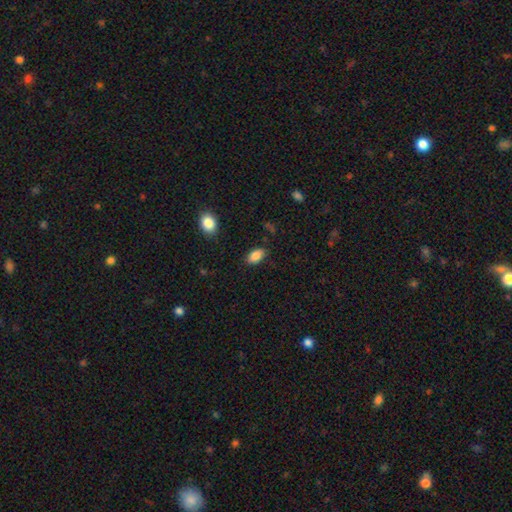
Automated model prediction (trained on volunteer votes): Smooth or featured? smooth (86%)
How rounded? in between (91%)
Merging? none (85%)